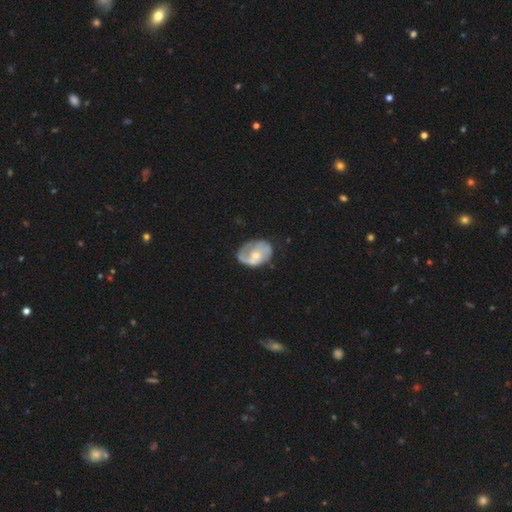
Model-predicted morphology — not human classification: The model was most divided on "bulge size": moderate: 50%, small: 40%, none: 5%, large: 4%, dominant: 1%. Remaining: edge-on disk — no (97%); bar — no (76%); spiral arms — yes (66%); smooth or featured — featured or disk (61%); merging — none (45%).